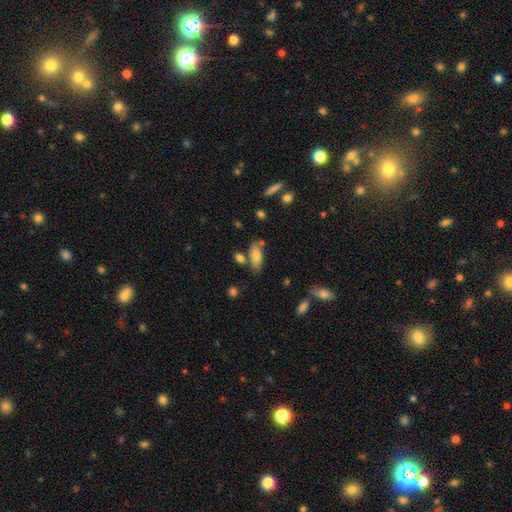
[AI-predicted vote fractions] Q: Smooth or featured?
A: smooth (76%); runner-up: featured or disk (17%)
Q: How rounded?
A: in between (83%); runner-up: cigar-shaped (15%)
Q: Merging?
A: none (69%); runner-up: minor disturbance (15%)